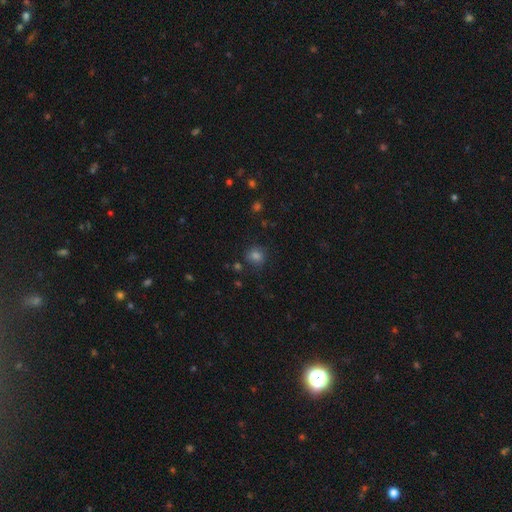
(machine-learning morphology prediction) Overall: smooth (77%). How rounded: round (82%). Merging: none (79%).